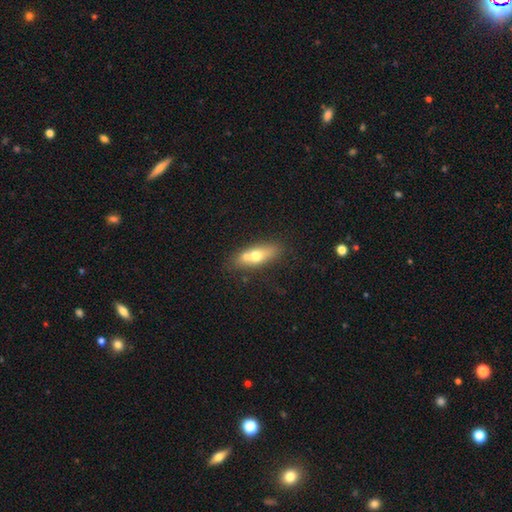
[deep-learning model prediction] Smooth or featured: smooth — 59% (featured or disk — 34%)
How rounded: in between — 64% (cigar-shaped — 29%)
Merging: none — 50% (merger — 32%)